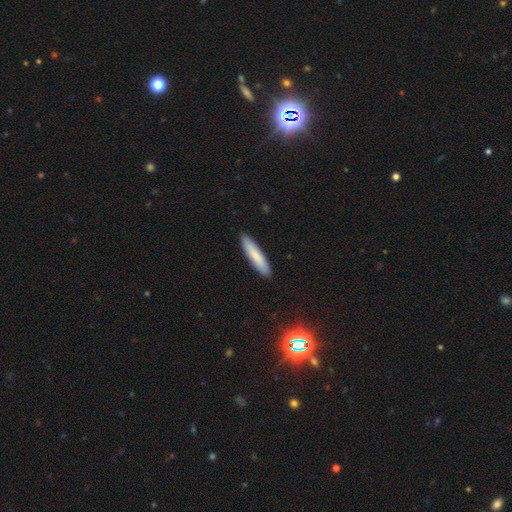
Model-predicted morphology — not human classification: This appears to be a smooth galaxy with no disk features (82%) that is cigar-shaped (85%). Merging: none (90%).